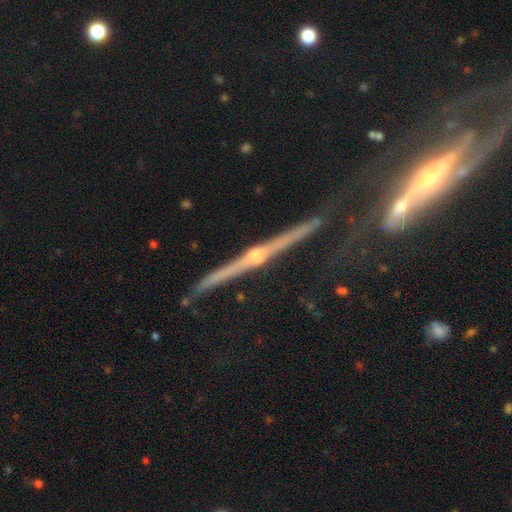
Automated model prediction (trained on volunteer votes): This is clearly a featured or disk galaxy (88%). It is clearly viewed edge-on (97%). Edge-on bulge: clearly rounded (90%). Merging: likely none (76%).